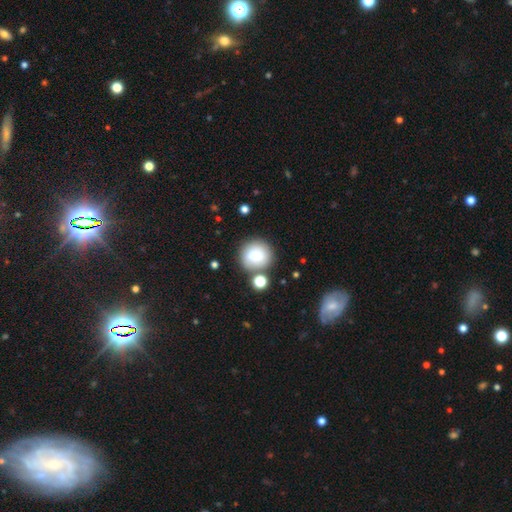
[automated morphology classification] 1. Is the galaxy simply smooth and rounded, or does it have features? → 78% smooth, 12% featured or disk, 9% star or artifact.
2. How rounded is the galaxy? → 90% round, 9% in between, 1% cigar-shaped.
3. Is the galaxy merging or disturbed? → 67% none, 15% merger, 13% minor disturbance, 5% major disturbance.